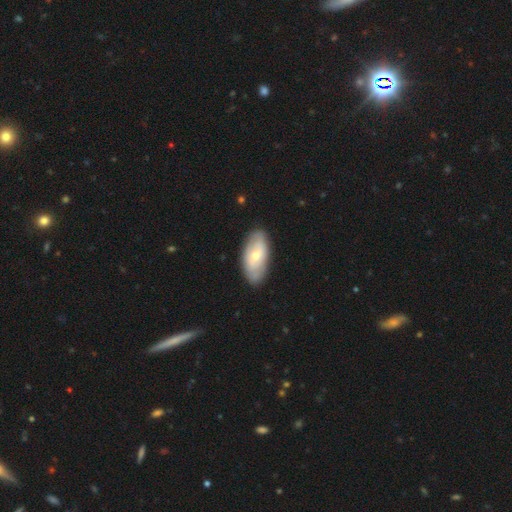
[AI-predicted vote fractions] Q: Smooth or featured?
A: smooth (49%); runner-up: featured or disk (46%)
Q: Merging?
A: none (80%); runner-up: minor disturbance (16%)